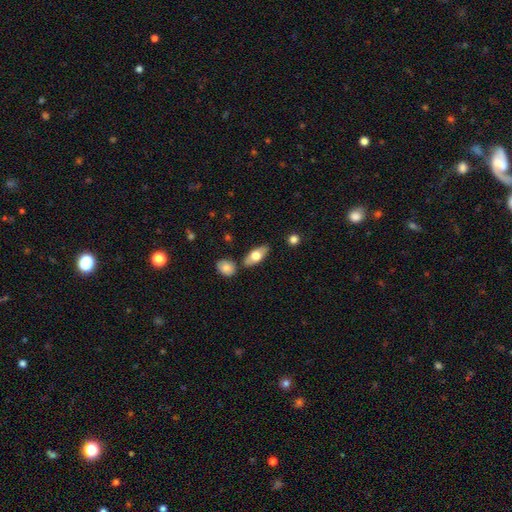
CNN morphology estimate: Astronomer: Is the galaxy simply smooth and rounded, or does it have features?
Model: smooth — 68%.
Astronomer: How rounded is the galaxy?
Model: in between — 83%.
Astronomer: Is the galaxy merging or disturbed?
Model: none — 76%.